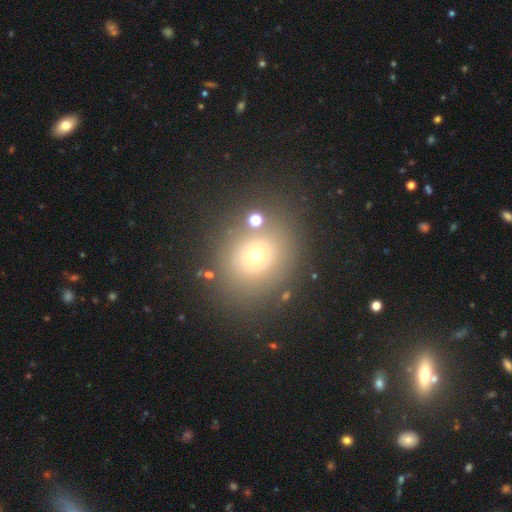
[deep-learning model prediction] A smooth galaxy with no disk features (61%) that is round (73%).

Vote fractions:
- Smooth or featured? smooth: 61% / star or artifact: 23% / featured or disk: 16%
- How rounded? round: 73% / in between: 26% / cigar-shaped: 1%
- Merging? none: 77% / minor disturbance: 10% / merger: 7% / major disturbance: 6%